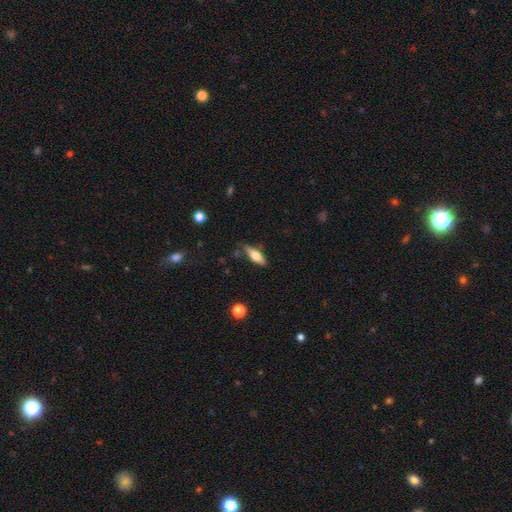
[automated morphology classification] Q: Smooth or featured?
A: smooth (56%); runner-up: featured or disk (37%)
Q: How rounded?
A: in between (53%); runner-up: cigar-shaped (45%)
Q: Merging?
A: none (75%); runner-up: minor disturbance (18%)